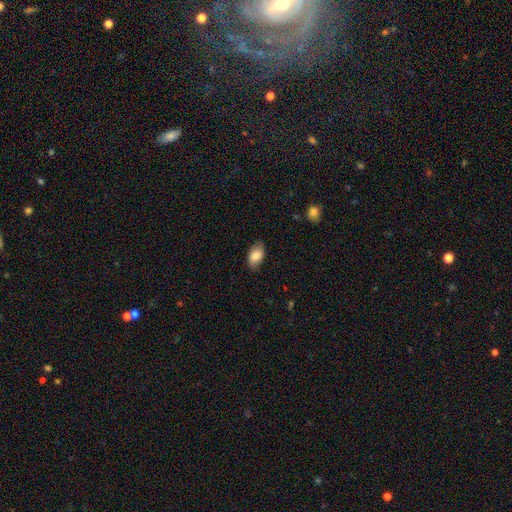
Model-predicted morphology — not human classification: The model was most divided on "merging": none: 80%, minor disturbance: 16%, major disturbance: 3%, merger: 1%. More confident: how rounded — in between (92%); smooth or featured — smooth (84%).